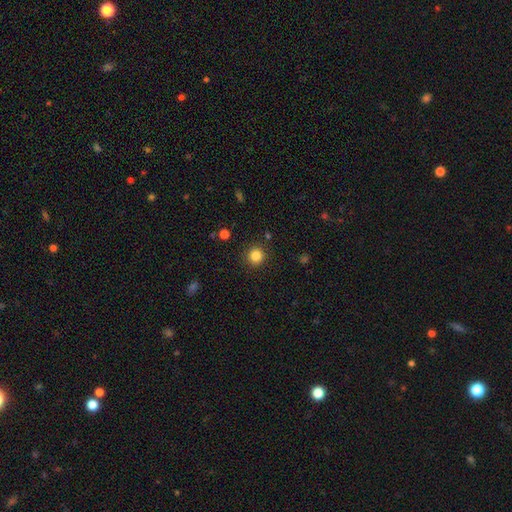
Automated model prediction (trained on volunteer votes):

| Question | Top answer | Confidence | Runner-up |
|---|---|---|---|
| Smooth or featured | smooth | 84% | star or artifact (12%) |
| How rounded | round | 94% | in between (5%) |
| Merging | none | 90% | minor disturbance (6%) |